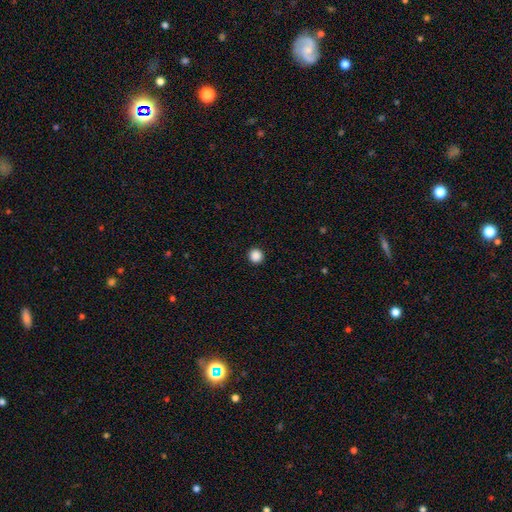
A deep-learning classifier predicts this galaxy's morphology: The model was most divided on "smooth or featured": smooth: 88%, star or artifact: 10%, featured or disk: 2%. More confident: merging — none (93%); how rounded — round (93%).